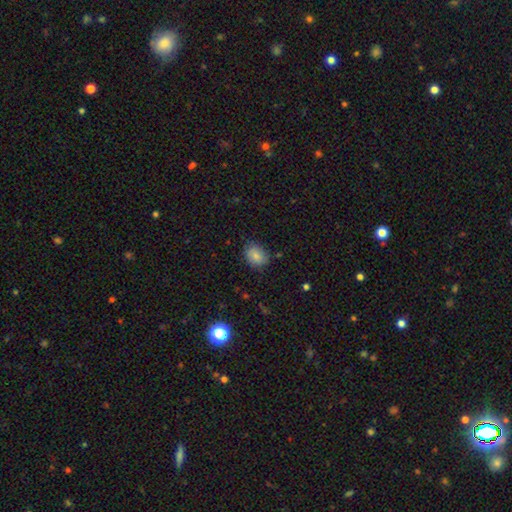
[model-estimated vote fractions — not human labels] Smooth or featured? Predicted: smooth (p=0.83). How rounded? Predicted: in between (p=0.60). Merging? Predicted: none (p=0.77).